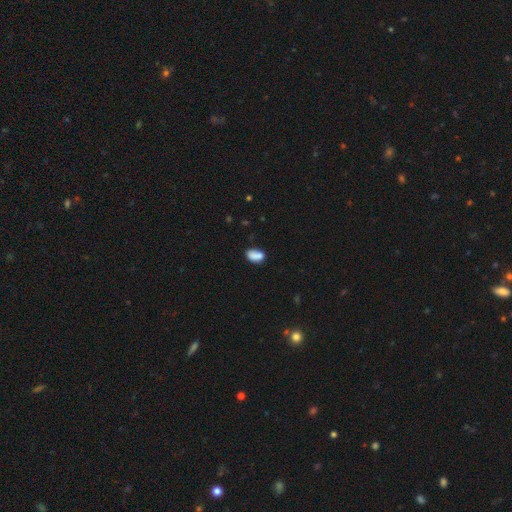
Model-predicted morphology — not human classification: A smooth galaxy with no disk features (79%) that is in between round and cigar-shaped (86%).

Vote fractions:
- Smooth or featured? smooth: 79% / featured or disk: 11% / star or artifact: 9%
- How rounded? in between: 86% / round: 11% / cigar-shaped: 3%
- Merging? none: 52% / minor disturbance: 23% / merger: 17% / major disturbance: 8%